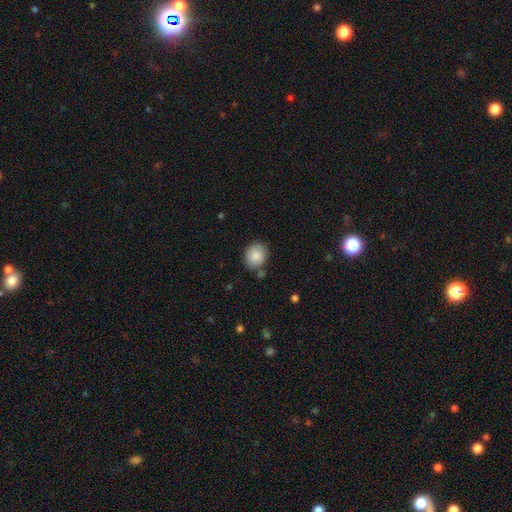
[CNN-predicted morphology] type=smooth (86%); roundness=round (75%); merging=none (77%).